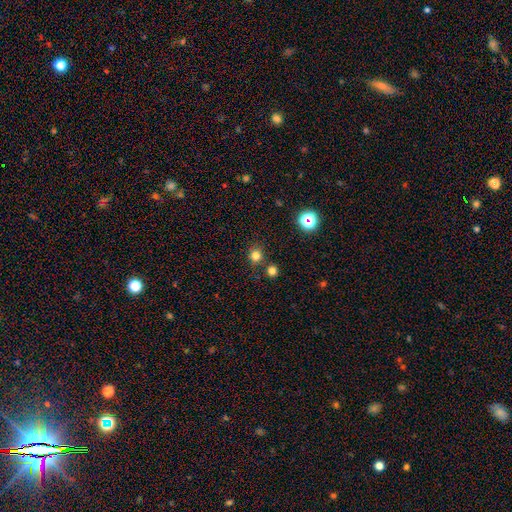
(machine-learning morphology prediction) Overall: smooth (77%). How rounded: round (86%). Merging: none (75%).